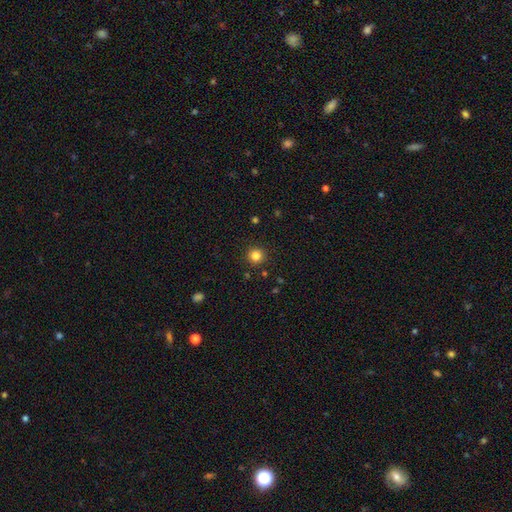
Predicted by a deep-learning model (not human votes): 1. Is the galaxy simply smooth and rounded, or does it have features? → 83% smooth, 13% star or artifact, 4% featured or disk.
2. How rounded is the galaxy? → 95% round, 4% in between, 1% cigar-shaped.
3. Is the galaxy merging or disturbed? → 91% none, 5% minor disturbance, 2% major disturbance, 1% merger.